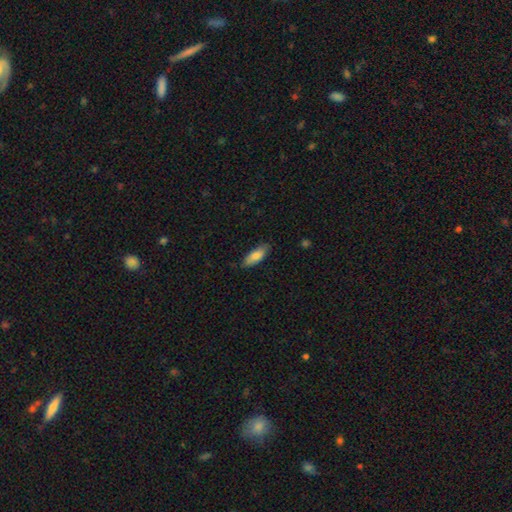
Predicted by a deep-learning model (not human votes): smooth 81%, featured or disk 13%, star or artifact 6%. Down the decision tree: how rounded — in between (72%); merging — none (81%).